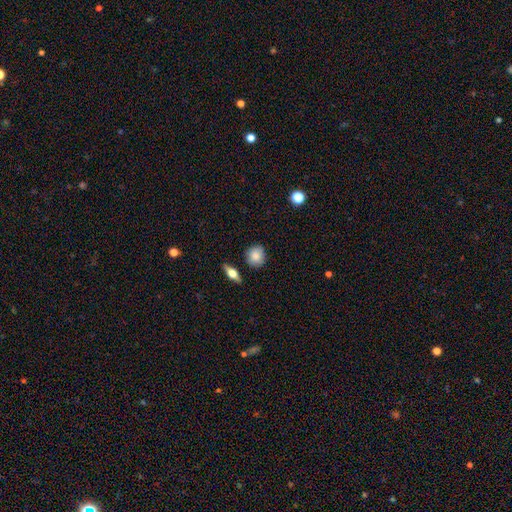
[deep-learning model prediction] smooth-or-featured: smooth: 81% | featured or disk: 12% | star or artifact: 7%
  how-rounded: round: 80% | in between: 17% | cigar-shaped: 2%
  merging: none: 84% | minor disturbance: 11% | merger: 3% | major disturbance: 2%